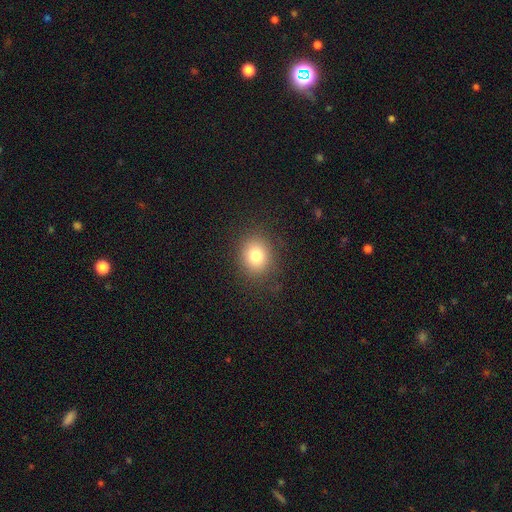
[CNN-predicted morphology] A smooth galaxy with no disk features (80%) that is round (68%). Merging: none (86%).